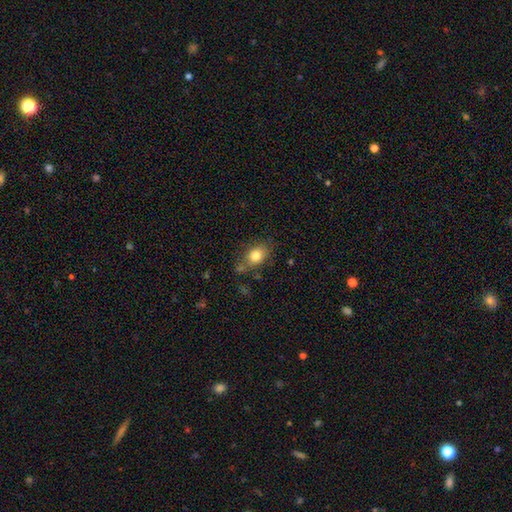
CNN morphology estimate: smooth_or_featured: smooth (p=0.80) [alt: featured or disk p=0.11]
how_rounded: in between (p=0.67) [alt: round p=0.31]
merging: none (p=0.68) [alt: minor disturbance p=0.20]